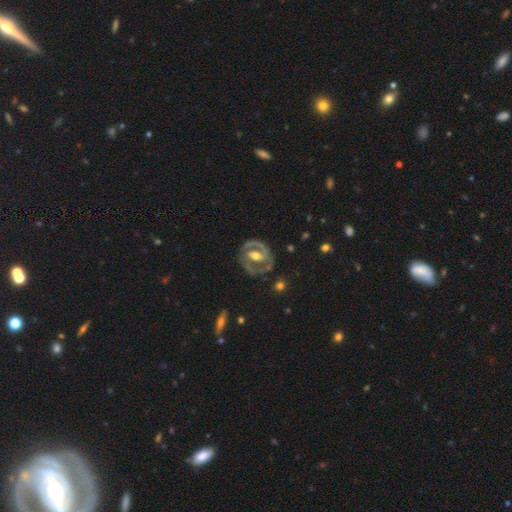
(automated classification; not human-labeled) This appears to be a featured or disk galaxy (80%) with a weak bar (37%), 2 (73%) tight (46%) spiral arms (68%) and a moderate central bulge (67%). Merging: none (72%).